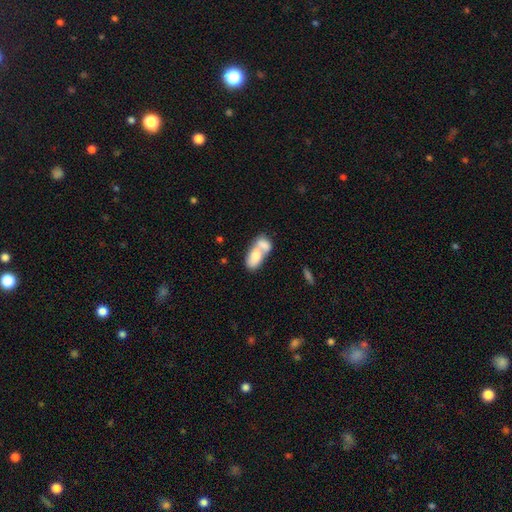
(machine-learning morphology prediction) smooth 70%, featured or disk 24%, star or artifact 6%. Down the decision tree: how rounded — in between (88%); merging — merger (75%).